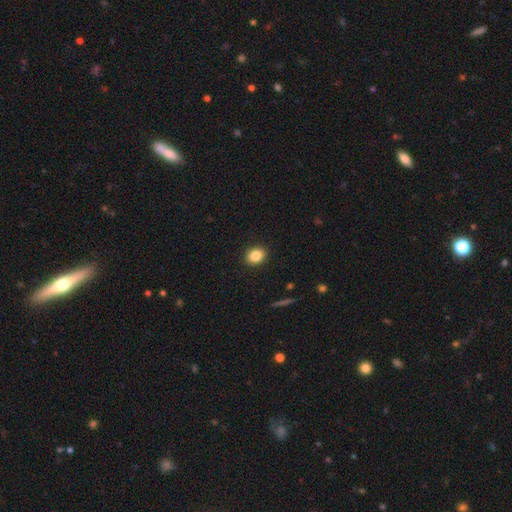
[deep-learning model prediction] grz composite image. It shows a smooth galaxy with no disk features (84%) that is in between round and cigar-shaped (52%). Merging: none (91%).